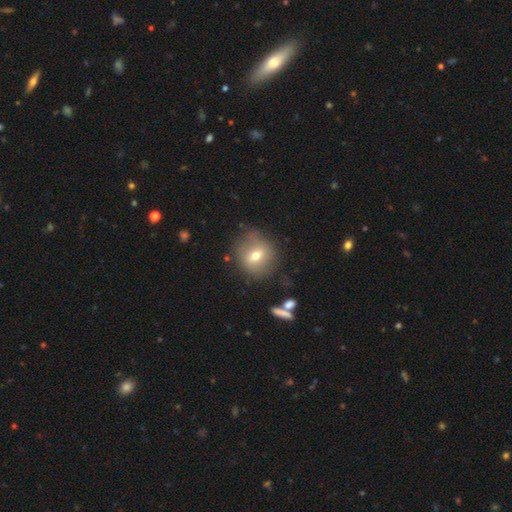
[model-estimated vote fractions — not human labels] Overall: smooth (61%; featured or disk 28%). How rounded: round (77%). Merging: none (73%).